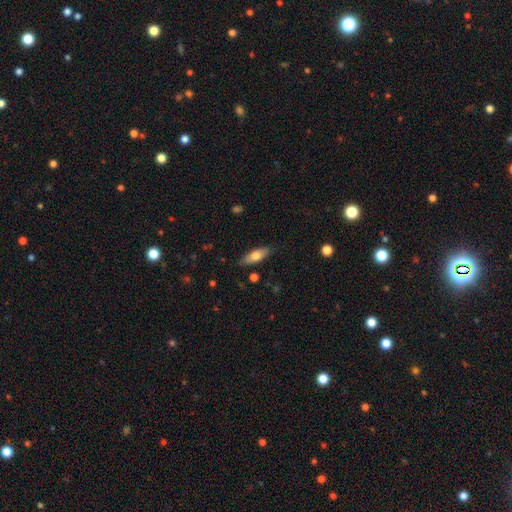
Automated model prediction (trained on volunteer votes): Overall: smooth (68%). How rounded: in between (66%; cigar-shaped 32%). Merging: none (84%).